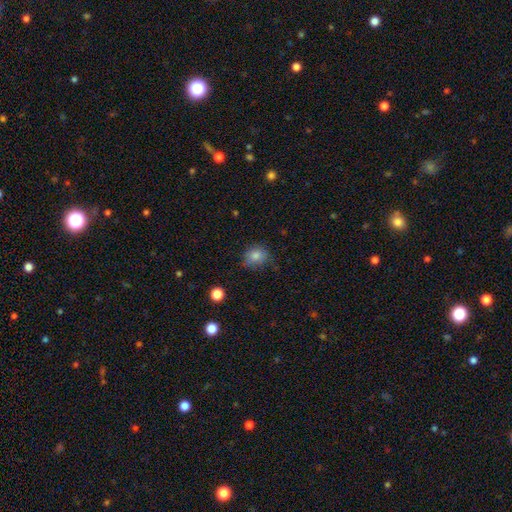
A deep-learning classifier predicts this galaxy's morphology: Smooth or featured?
  - smooth: 81% *
  - star or artifact: 12%
  - featured or disk: 7%
How rounded?
  - round: 69% *
  - in between: 30%
  - cigar-shaped: 1%
Merging?
  - none: 73% *
  - minor disturbance: 21%
  - major disturbance: 4%
  - merger: 2%